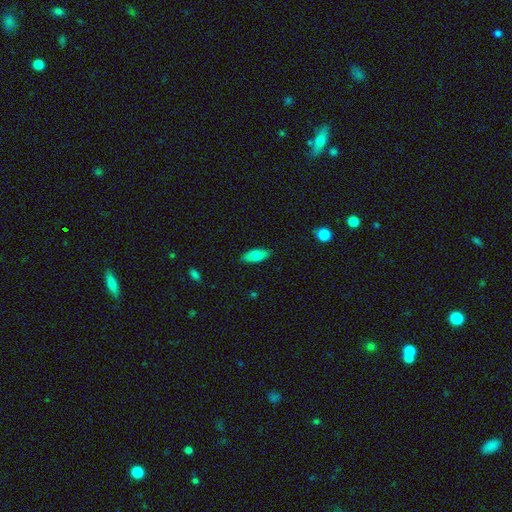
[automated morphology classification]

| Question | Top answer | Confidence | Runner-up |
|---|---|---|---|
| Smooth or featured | smooth | 73% | featured or disk (21%) |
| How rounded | in between | 79% | cigar-shaped (18%) |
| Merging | none | 88% | minor disturbance (9%) |